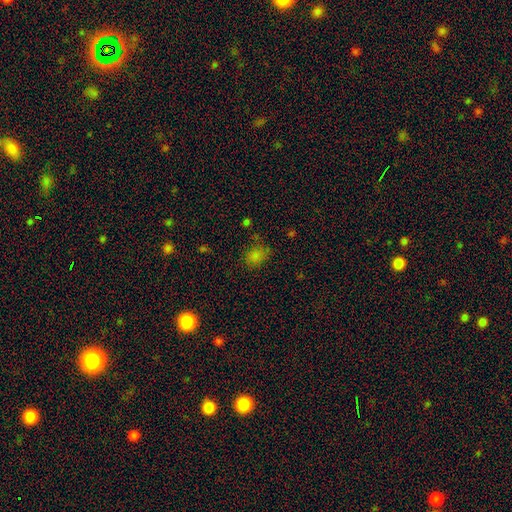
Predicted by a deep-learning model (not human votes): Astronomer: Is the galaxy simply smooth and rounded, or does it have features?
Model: smooth — 75%.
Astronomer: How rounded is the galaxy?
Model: in between — 58% (runner-up: round, 41%).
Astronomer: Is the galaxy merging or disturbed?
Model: none — 65%.